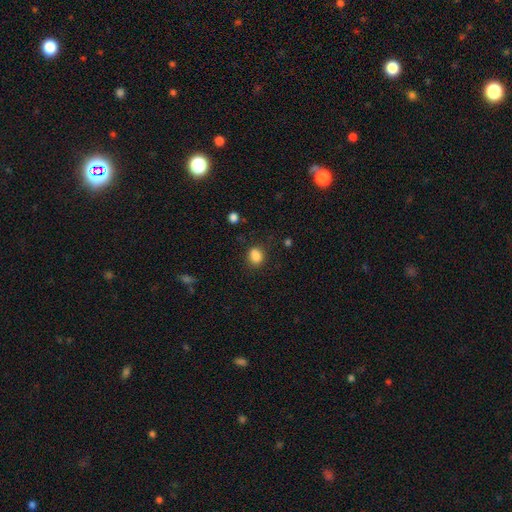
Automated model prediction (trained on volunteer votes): This appears to be a smooth galaxy with no disk features (85%) that is in between round and cigar-shaped (53%). Merging: none (77%).